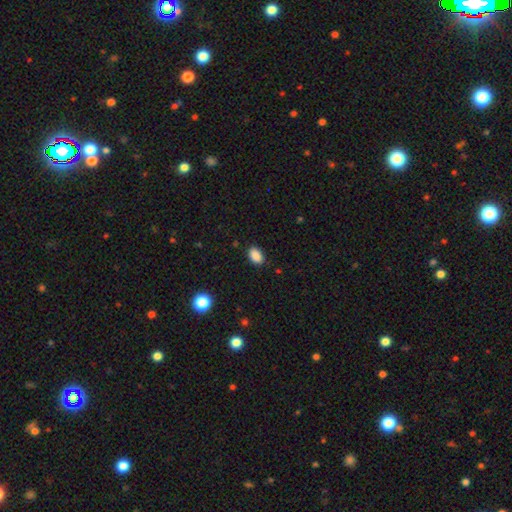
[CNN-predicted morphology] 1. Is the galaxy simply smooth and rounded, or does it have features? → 88% smooth, 9% star or artifact, 3% featured or disk.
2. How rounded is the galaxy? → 87% in between, 12% round, 1% cigar-shaped.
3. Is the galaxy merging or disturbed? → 84% none, 12% minor disturbance, 2% major disturbance, 1% merger.